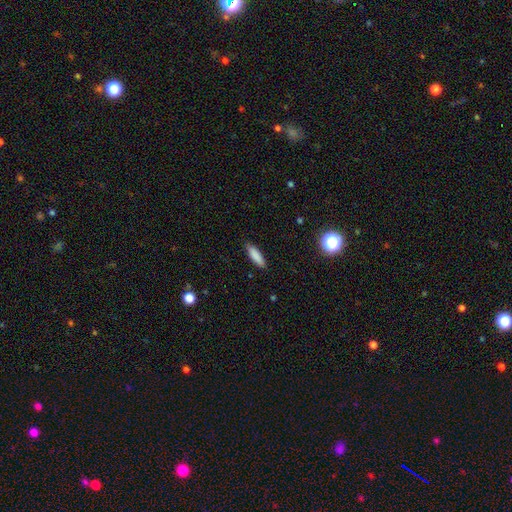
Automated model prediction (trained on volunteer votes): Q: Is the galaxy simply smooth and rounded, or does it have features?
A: smooth — 86%.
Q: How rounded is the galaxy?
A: cigar-shaped — 57%.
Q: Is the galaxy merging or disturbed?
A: none — 87%.